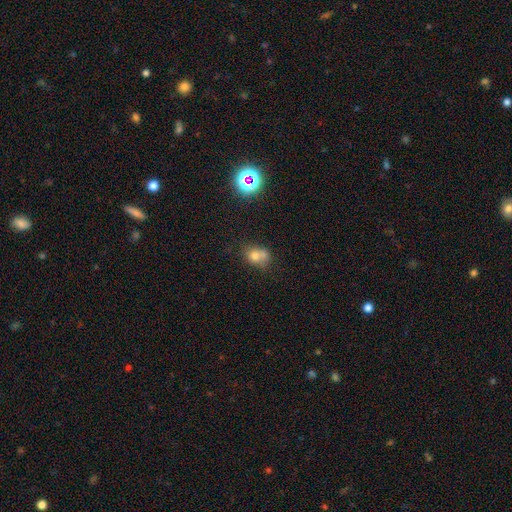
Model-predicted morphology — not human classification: Smooth or featured? smooth (69%)
How rounded? round (56%)
Merging? merger (43%)